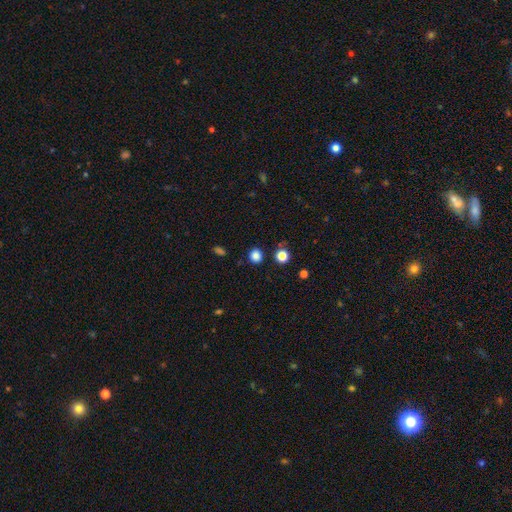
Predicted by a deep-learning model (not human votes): Q: Smooth or featured?
A: smooth (83%); runner-up: star or artifact (13%)
Q: How rounded?
A: round (88%); runner-up: in between (11%)
Q: Merging?
A: none (88%); runner-up: minor disturbance (6%)